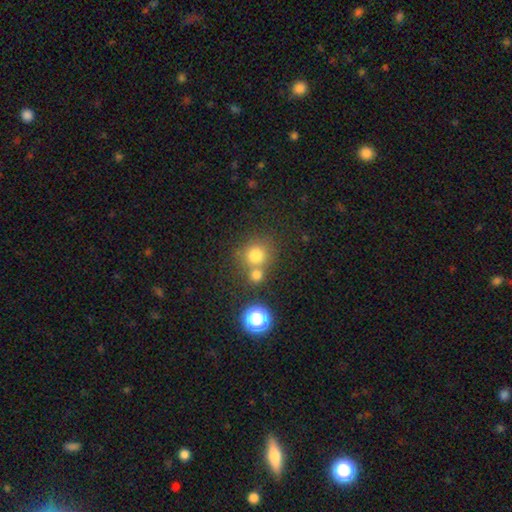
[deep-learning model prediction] Smooth or featured: smooth — 74% (star or artifact — 17%)
How rounded: round — 88% (in between — 11%)
Merging: none — 56% (merger — 32%)